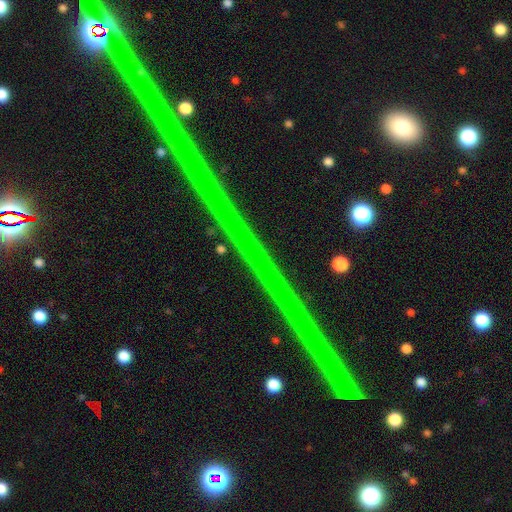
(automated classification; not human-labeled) smooth_or_featured: star or artifact (p=0.82) [alt: featured or disk p=0.13]